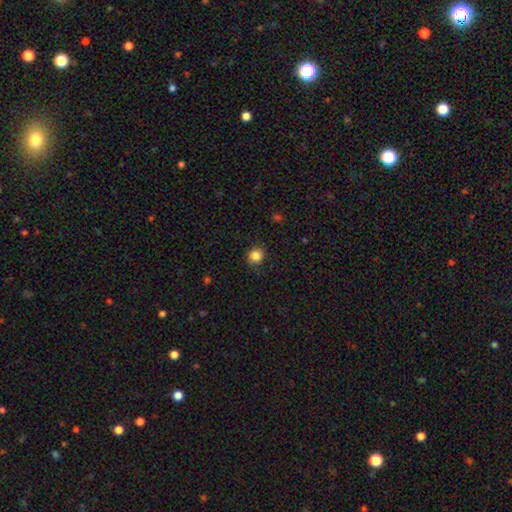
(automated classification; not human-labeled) Morphology: type=smooth (85%); roundness=round (85%); merging=none (86%).